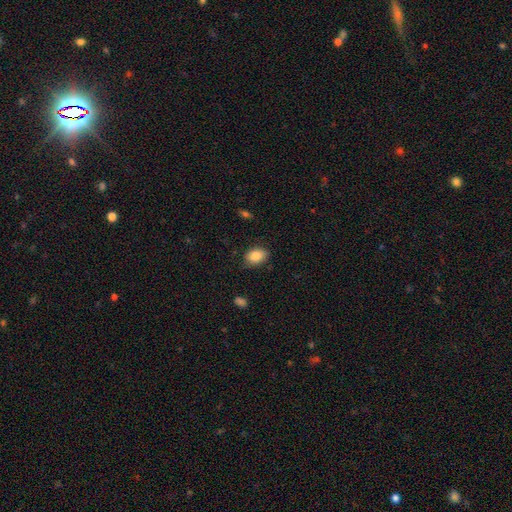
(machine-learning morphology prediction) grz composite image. It shows a smooth galaxy with no disk features (85%) that is in between round and cigar-shaped (83%). Merging: none (78%).